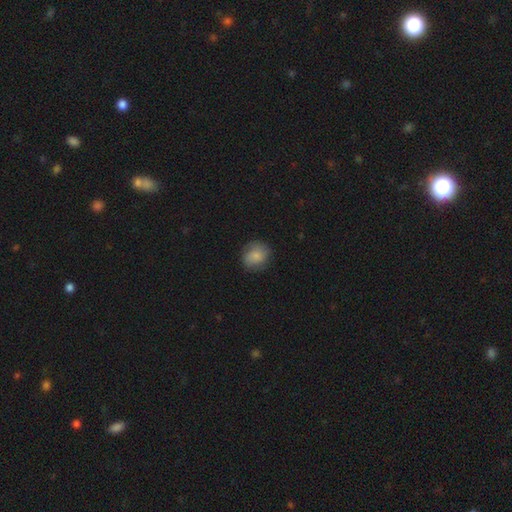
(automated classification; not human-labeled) Q: Smooth or featured?
A: smooth (77%); runner-up: featured or disk (15%)
Q: How rounded?
A: round (70%); runner-up: in between (29%)
Q: Merging?
A: none (77%); runner-up: minor disturbance (17%)